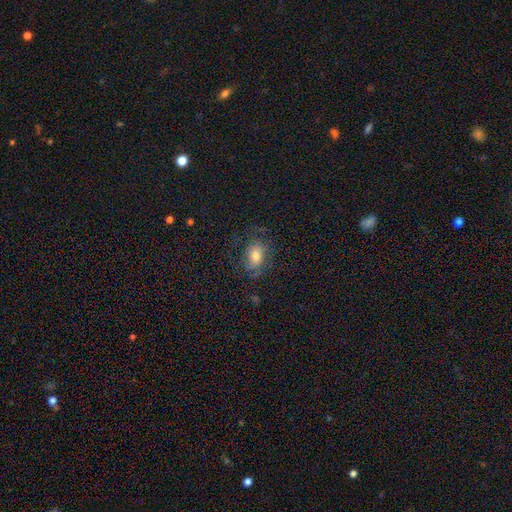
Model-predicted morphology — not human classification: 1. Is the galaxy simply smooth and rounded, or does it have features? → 53% smooth, 34% featured or disk, 13% star or artifact.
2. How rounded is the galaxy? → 78% in between, 20% round, 2% cigar-shaped.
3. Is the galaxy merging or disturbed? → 64% none, 19% minor disturbance, 15% major disturbance, 1% merger.